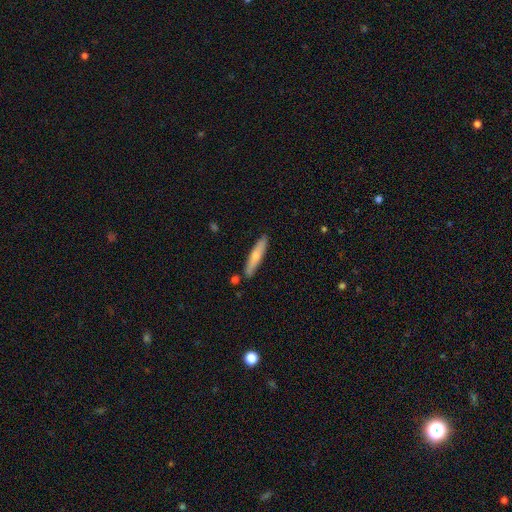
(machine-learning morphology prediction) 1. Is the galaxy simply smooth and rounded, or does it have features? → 64% smooth, 30% featured or disk, 6% star or artifact.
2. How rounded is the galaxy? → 87% cigar-shaped, 12% in between, 1% round.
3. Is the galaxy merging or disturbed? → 84% none, 11% minor disturbance, 3% merger, 2% major disturbance.